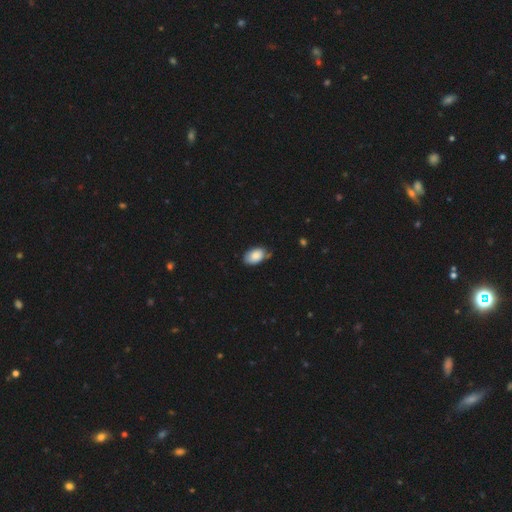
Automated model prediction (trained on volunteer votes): Smooth or featured? Predicted: smooth (p=0.82). How rounded? Predicted: in between (p=0.91). Merging? Predicted: none (p=0.64).